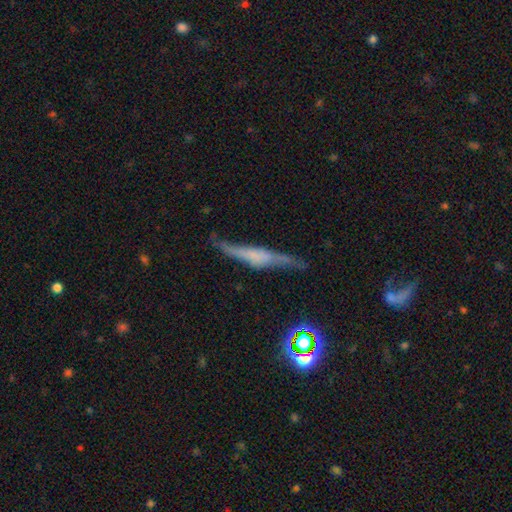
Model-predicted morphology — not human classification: smooth-or-featured: featured or disk: 62% | smooth: 28% | star or artifact: 10%
  disk-edge-on: yes: 81% | no: 19%
    edge-on-bulge: boxy: 41% | rounded: 30% | none: 29%
  merging: none: 59% | minor disturbance: 27% | major disturbance: 11% | merger: 4%